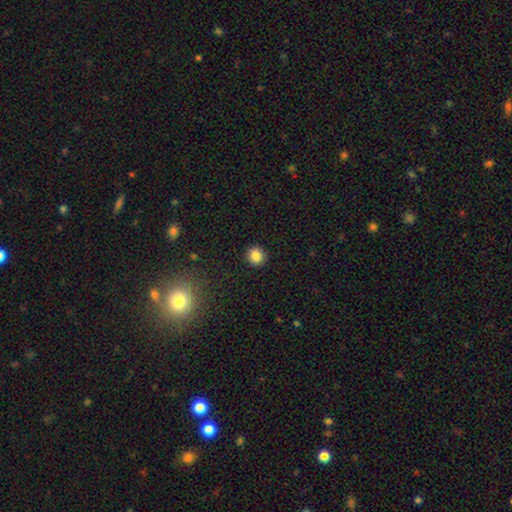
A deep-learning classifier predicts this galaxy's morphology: type=smooth (85%); roundness=round (87%); merging=none (91%).